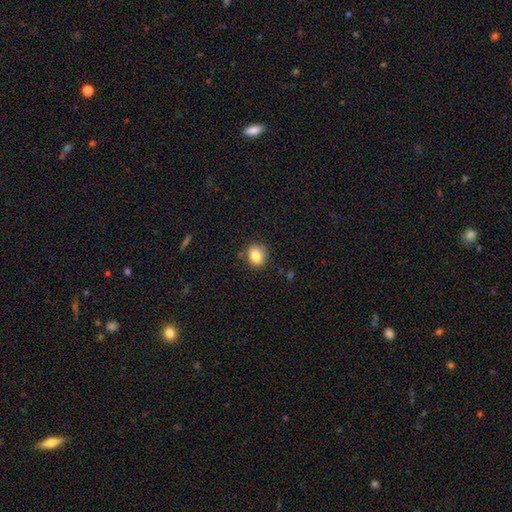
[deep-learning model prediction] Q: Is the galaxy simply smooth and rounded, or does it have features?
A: smooth — 83%.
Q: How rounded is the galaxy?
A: round — 63%.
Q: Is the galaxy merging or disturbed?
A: none — 83%.